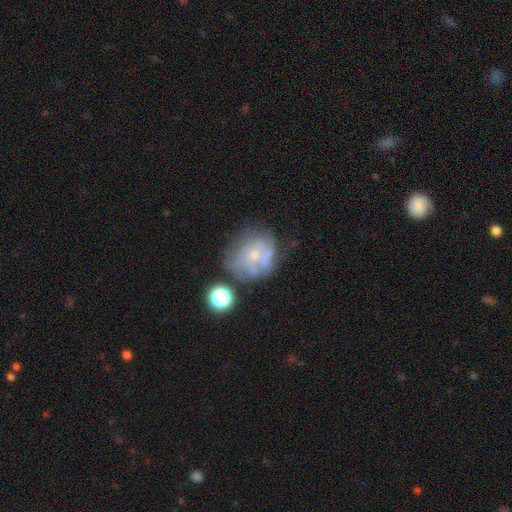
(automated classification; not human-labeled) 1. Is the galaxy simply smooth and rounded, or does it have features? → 61% featured or disk, 26% smooth, 13% star or artifact.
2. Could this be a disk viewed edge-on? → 98% no, 2% yes.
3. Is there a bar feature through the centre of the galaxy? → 85% no, 13% weak, 2% strong.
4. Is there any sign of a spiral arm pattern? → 54% yes, 46% no.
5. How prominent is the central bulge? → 62% small, 28% moderate, 8% none, 2% large, 1% dominant.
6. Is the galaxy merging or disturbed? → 48% none, 23% minor disturbance, 18% major disturbance, 12% merger.